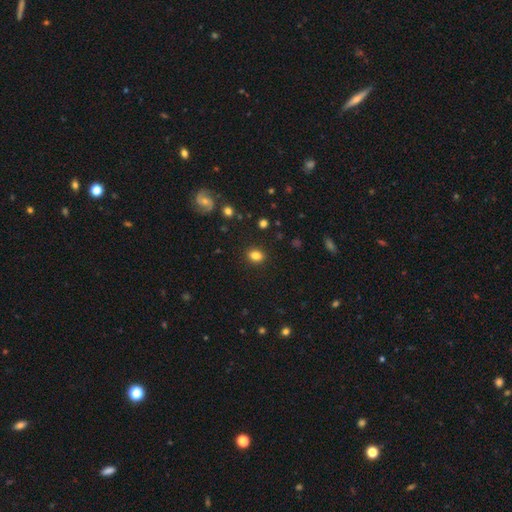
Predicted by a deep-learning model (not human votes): The model was most divided on "how rounded": in between: 58%, round: 40%, cigar-shaped: 1%. More confident: merging — none (88%); smooth or featured — smooth (83%).